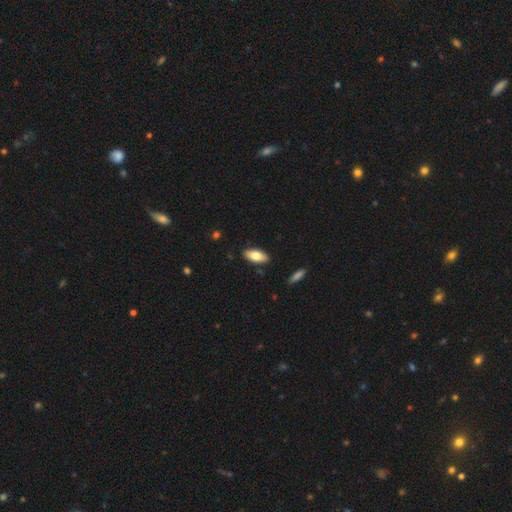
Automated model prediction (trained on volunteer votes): The model was most divided on "smooth or featured": smooth: 76%, featured or disk: 18%, star or artifact: 6%. More confident: how rounded — in between (89%); merging — none (88%).